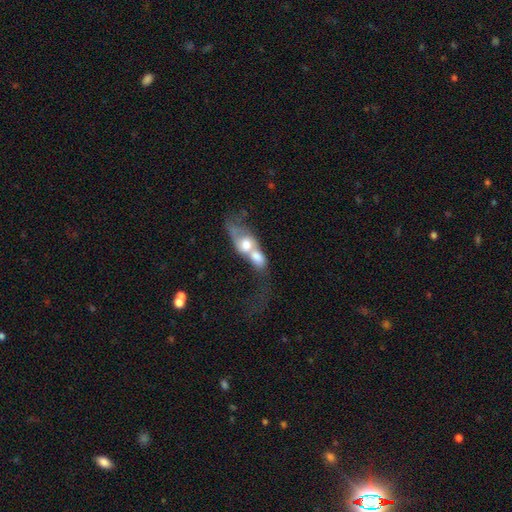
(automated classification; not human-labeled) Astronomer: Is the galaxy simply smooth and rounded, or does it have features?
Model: featured or disk — 49% (runner-up: smooth, 42%).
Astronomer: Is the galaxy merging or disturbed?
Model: merger — 80%.